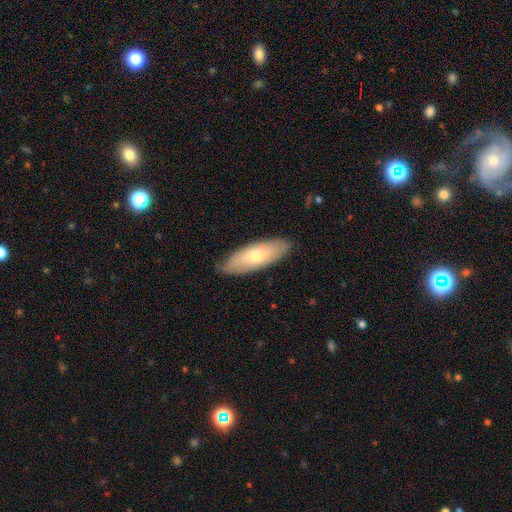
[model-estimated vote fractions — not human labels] smooth 65%, featured or disk 30%, star or artifact 6%. Down the decision tree: how rounded — in between (67%); merging — none (84%).